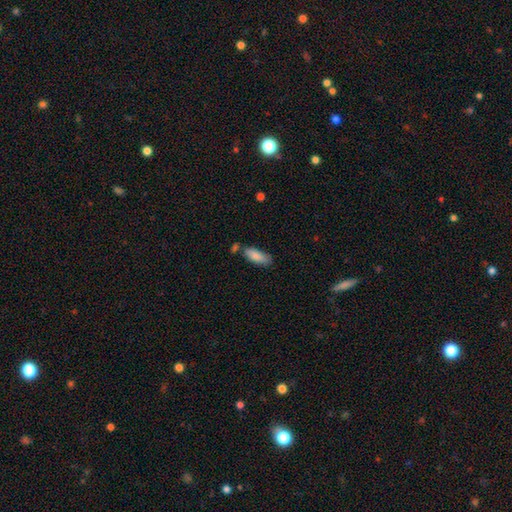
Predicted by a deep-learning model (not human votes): Smooth or featured? Predicted: smooth (p=0.86). How rounded? Predicted: in between (p=0.71). Merging? Predicted: none (p=0.61).